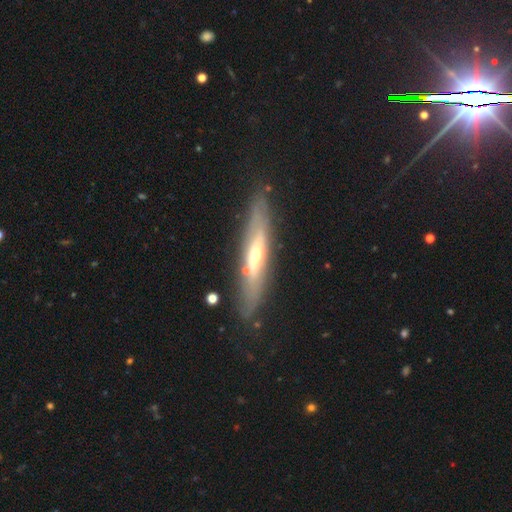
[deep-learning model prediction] Smooth or featured? featured or disk (69%)
Edge-on disk? yes (65%)
Merging? none (80%)